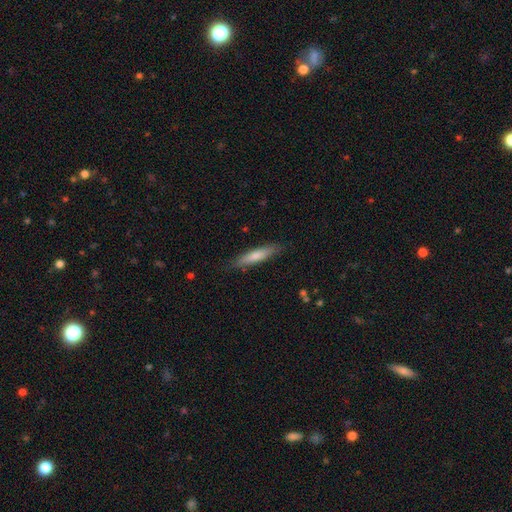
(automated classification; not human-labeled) Smooth or featured? Predicted: smooth (p=0.58). How rounded? Predicted: cigar-shaped (p=0.89). Merging? Predicted: none (p=0.87).